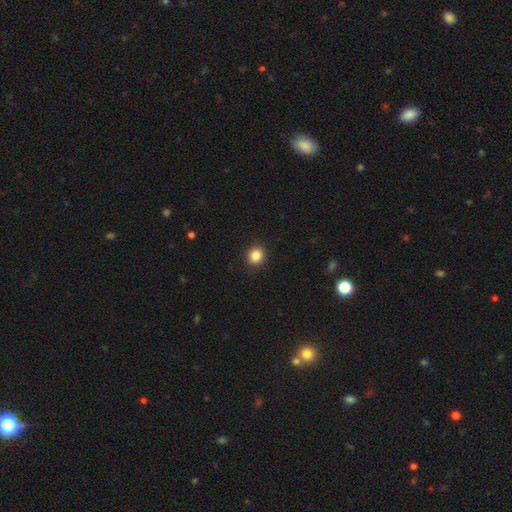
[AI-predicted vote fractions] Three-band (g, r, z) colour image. It shows a smooth galaxy with no disk features (85%) that is round (86%). Merging: none (91%).